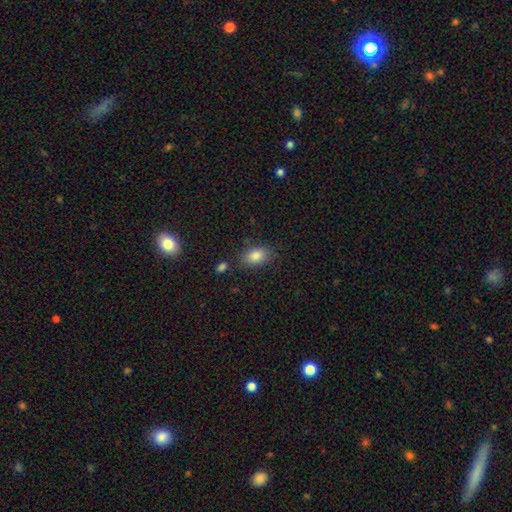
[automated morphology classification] Smooth or featured: smooth — 85% (star or artifact — 8%)
How rounded: in between — 86% (round — 12%)
Merging: none — 78% (minor disturbance — 14%)